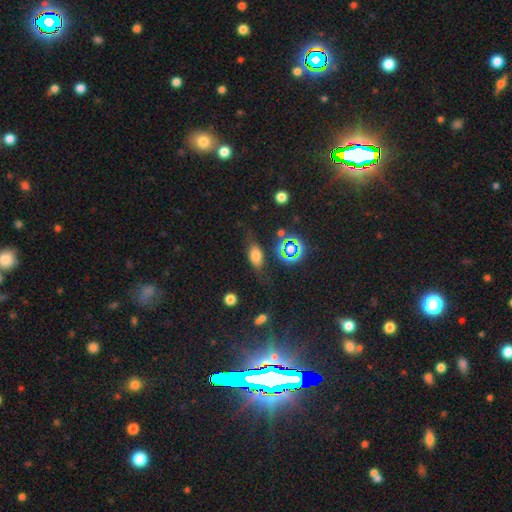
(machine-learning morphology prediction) Q: Smooth or featured?
A: smooth (65%); runner-up: featured or disk (19%)
Q: How rounded?
A: in between (76%); runner-up: round (12%)
Q: Merging?
A: none (65%); runner-up: minor disturbance (20%)